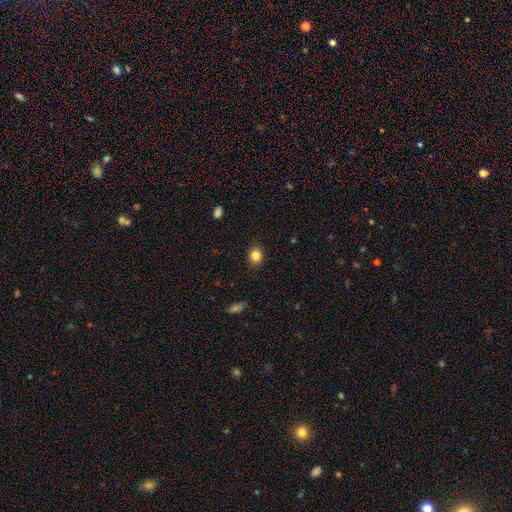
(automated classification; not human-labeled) Smooth or featured: smooth — 84% (star or artifact — 10%)
How rounded: round — 50% (in between — 49%)
Merging: none — 87% (minor disturbance — 9%)